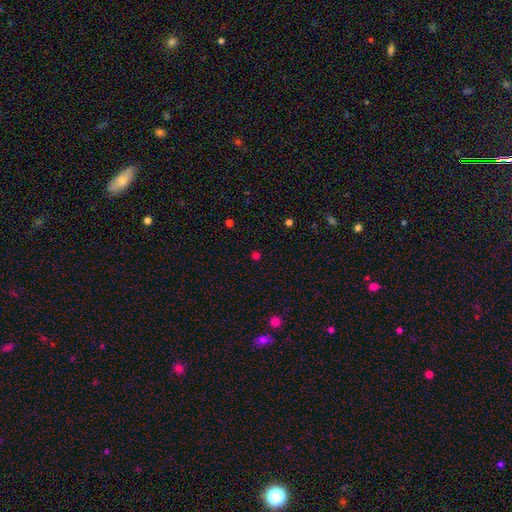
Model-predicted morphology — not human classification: Smooth or featured?
  - smooth: 54% *
  - star or artifact: 41%
  - featured or disk: 5%
How rounded?
  - round: 86% *
  - in between: 13%
  - cigar-shaped: 1%
Merging?
  - none: 85% *
  - minor disturbance: 8%
  - major disturbance: 4%
  - merger: 3%